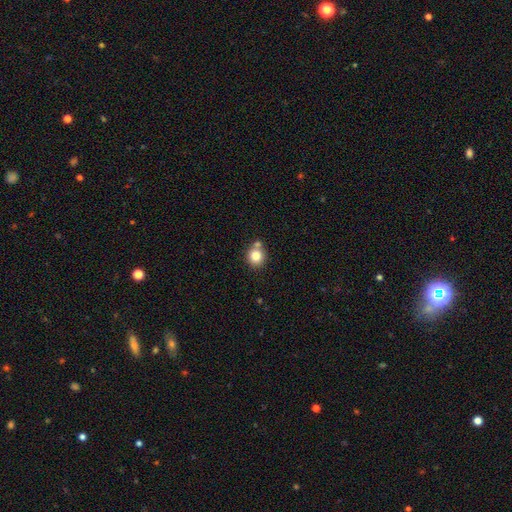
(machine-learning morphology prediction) Overall: smooth (82%). How rounded: round (84%). Merging: none (63%; merger 23%).